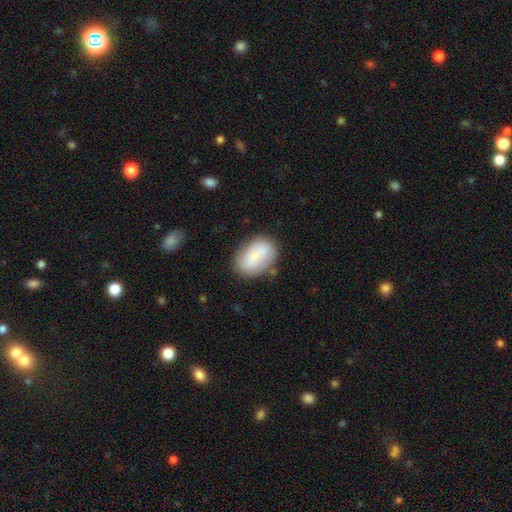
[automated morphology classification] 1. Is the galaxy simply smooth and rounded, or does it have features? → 63% smooth, 30% featured or disk, 7% star or artifact.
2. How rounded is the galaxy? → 84% in between, 15% round, 1% cigar-shaped.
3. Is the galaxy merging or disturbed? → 74% none, 17% minor disturbance, 5% major disturbance, 4% merger.